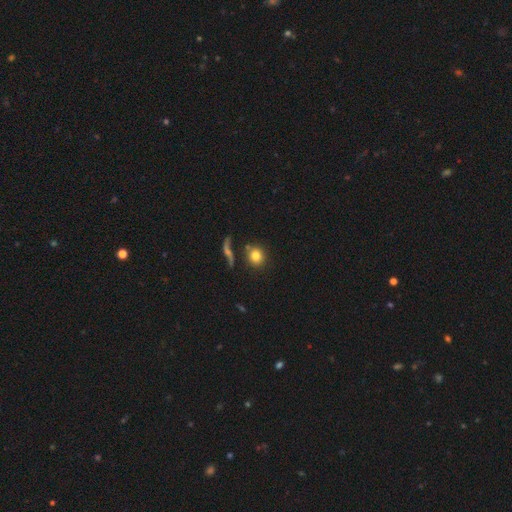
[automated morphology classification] This appears to be a smooth galaxy with no disk features (80%) that is round (88%). Merging: none (75%).